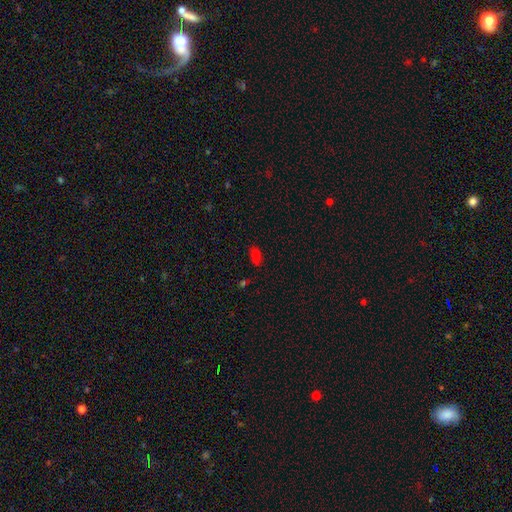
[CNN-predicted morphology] smooth_or_featured: smooth (p=0.76) [alt: star or artifact p=0.19]
how_rounded: in between (p=0.89) [alt: cigar-shaped p=0.07]
merging: none (p=0.80) [alt: minor disturbance p=0.13]